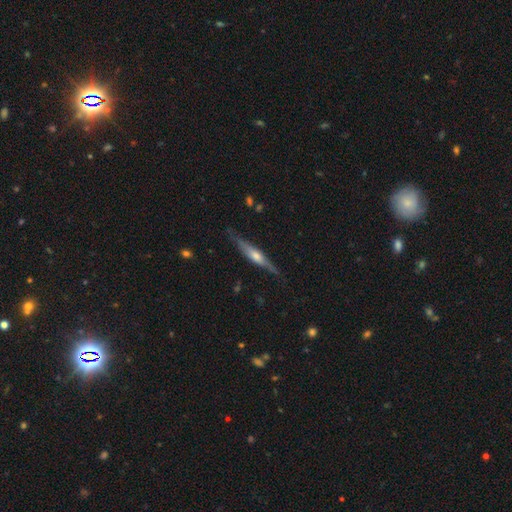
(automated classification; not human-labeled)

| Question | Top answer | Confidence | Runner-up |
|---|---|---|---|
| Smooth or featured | featured or disk | 69% | smooth (25%) |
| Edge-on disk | yes | 94% | no (6%) |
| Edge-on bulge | rounded | 78% | boxy (14%) |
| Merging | none | 80% | minor disturbance (15%) |